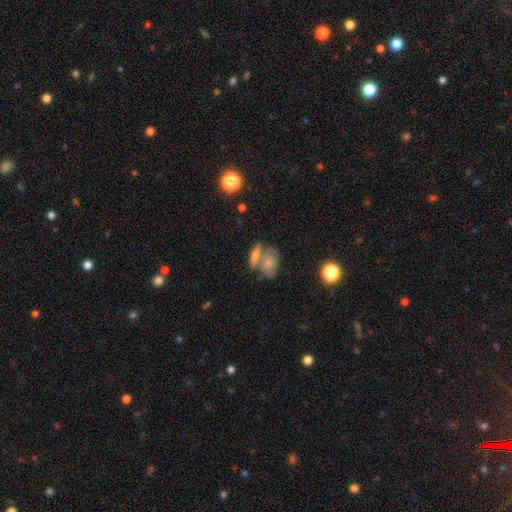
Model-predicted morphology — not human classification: smooth-or-featured: smooth: 57% | featured or disk: 32% | star or artifact: 10%
  how-rounded: in between: 53% | cigar-shaped: 27% | round: 20%
  merging: none: 47% | merger: 37% | minor disturbance: 11% | major disturbance: 5%